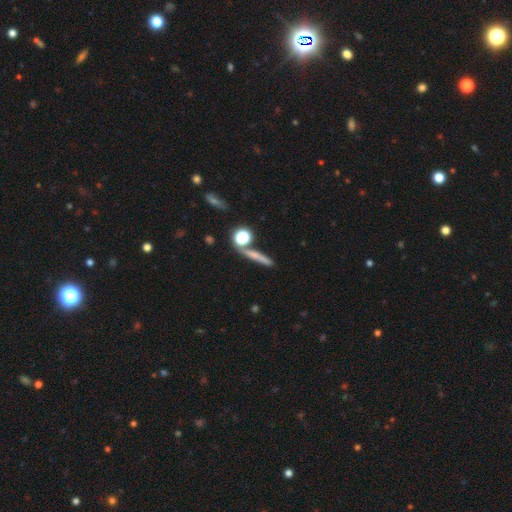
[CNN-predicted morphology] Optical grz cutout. It shows a smooth galaxy with no disk features (58%) that is cigar-shaped (73%). Merging: none (73%).